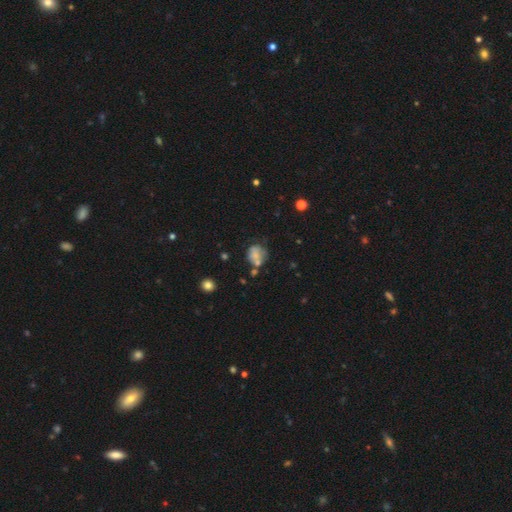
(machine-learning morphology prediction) smooth-or-featured: smooth: 63% | featured or disk: 25% | star or artifact: 12%
  how-rounded: round: 63% | in between: 35% | cigar-shaped: 1%
  merging: none: 39% | minor disturbance: 25% | merger: 22% | major disturbance: 14%